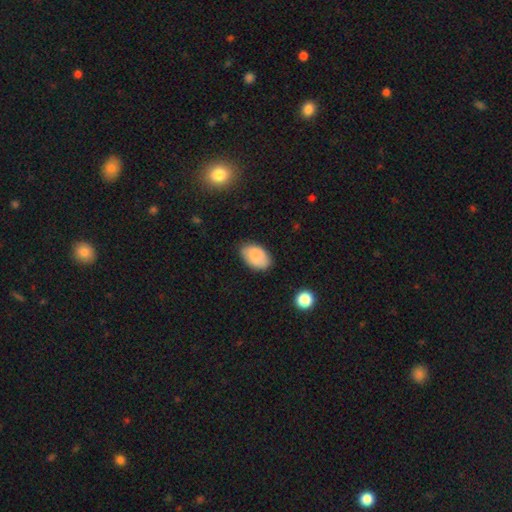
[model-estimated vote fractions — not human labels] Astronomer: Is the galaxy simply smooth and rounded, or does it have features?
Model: smooth — 83%.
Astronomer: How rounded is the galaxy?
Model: in between — 91%.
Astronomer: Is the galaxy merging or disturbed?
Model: none — 76%.